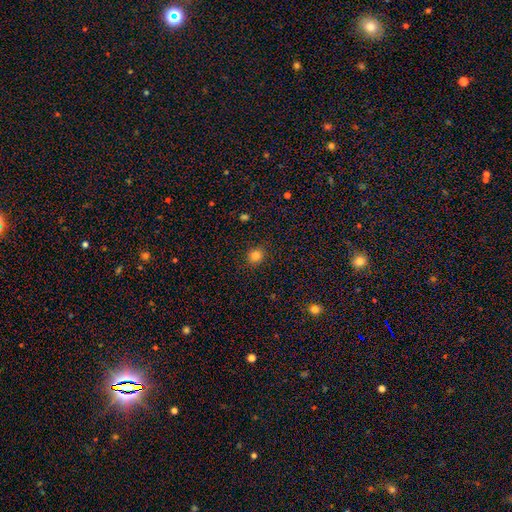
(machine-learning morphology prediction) Q: Smooth or featured?
A: smooth (82%); runner-up: star or artifact (13%)
Q: How rounded?
A: round (75%); runner-up: in between (24%)
Q: Merging?
A: none (89%); runner-up: minor disturbance (7%)